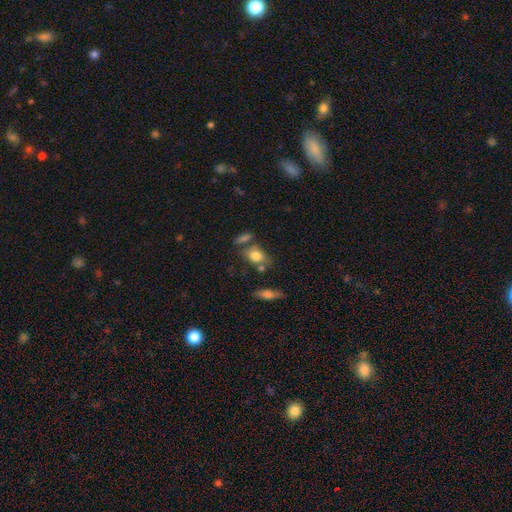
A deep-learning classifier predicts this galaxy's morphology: smooth_or_featured: smooth (p=0.74) [alt: featured or disk p=0.16]
how_rounded: in between (p=0.72) [alt: round p=0.22]
merging: none (p=0.54) [alt: merger p=0.21]